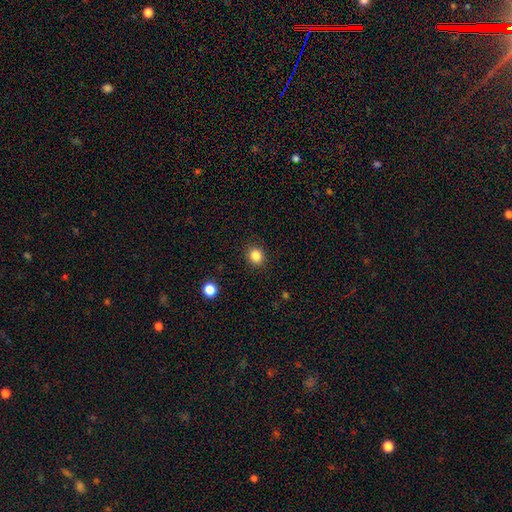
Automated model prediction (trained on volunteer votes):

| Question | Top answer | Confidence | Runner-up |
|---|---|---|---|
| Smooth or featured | smooth | 84% | star or artifact (11%) |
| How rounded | round | 76% | in between (23%) |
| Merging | none | 90% | minor disturbance (7%) |